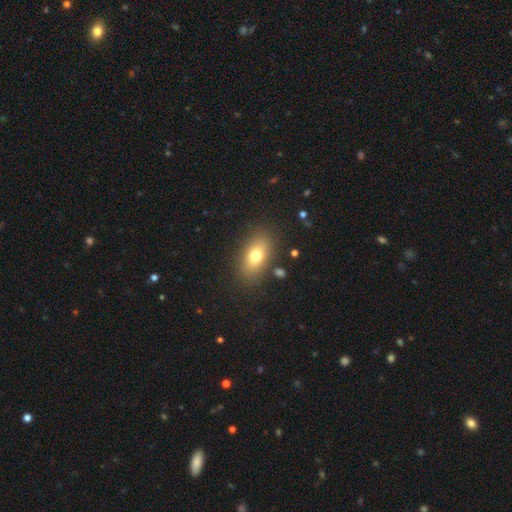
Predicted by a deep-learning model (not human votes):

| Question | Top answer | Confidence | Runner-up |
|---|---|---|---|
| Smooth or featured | smooth | 74% | featured or disk (16%) |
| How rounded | in between | 85% | round (10%) |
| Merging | none | 84% | minor disturbance (10%) |